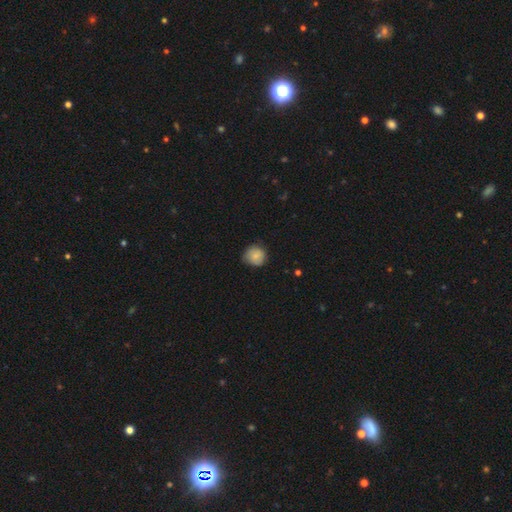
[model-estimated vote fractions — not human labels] smooth_or_featured: smooth (p=0.82) [alt: featured or disk p=0.10]
how_rounded: round (p=0.90) [alt: in between p=0.09]
merging: none (p=0.74) [alt: minor disturbance p=0.22]